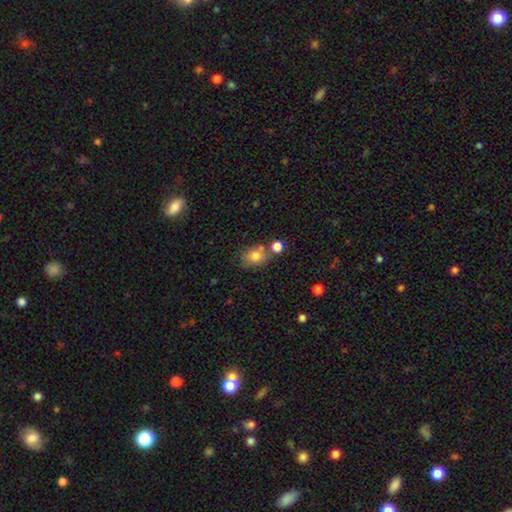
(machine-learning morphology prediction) Q: Smooth or featured?
A: smooth (79%); runner-up: star or artifact (11%)
Q: How rounded?
A: in between (53%); runner-up: round (46%)
Q: Merging?
A: none (56%); runner-up: merger (22%)